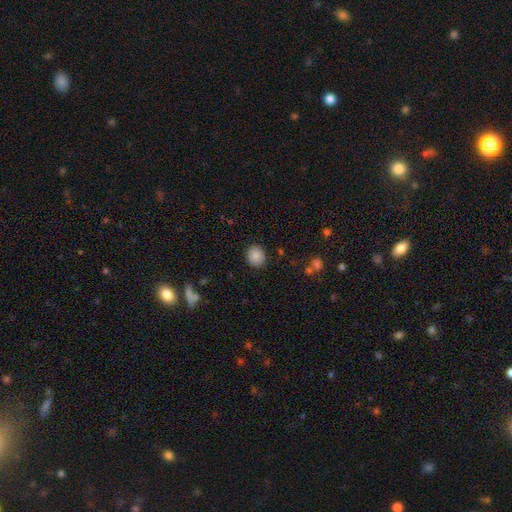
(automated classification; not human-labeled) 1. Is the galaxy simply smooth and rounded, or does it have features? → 86% smooth, 9% star or artifact, 5% featured or disk.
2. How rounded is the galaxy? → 79% round, 20% in between, 1% cigar-shaped.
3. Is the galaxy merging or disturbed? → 89% none, 8% minor disturbance, 2% major disturbance, 1% merger.